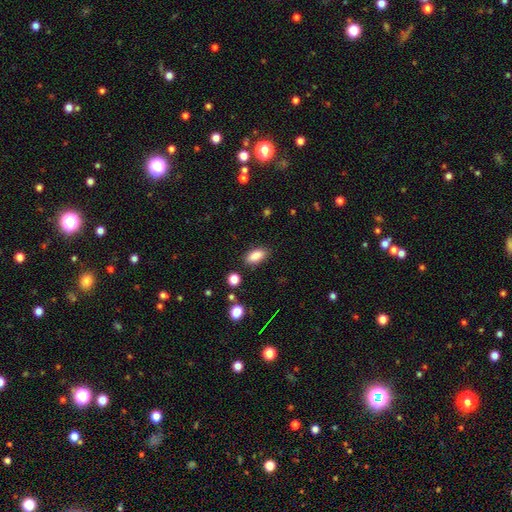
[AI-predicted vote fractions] Smooth or featured?
  - smooth: 86% *
  - star or artifact: 8%
  - featured or disk: 5%
How rounded?
  - in between: 88% *
  - cigar-shaped: 8%
  - round: 4%
Merging?
  - none: 86% *
  - minor disturbance: 10%
  - major disturbance: 2%
  - merger: 2%